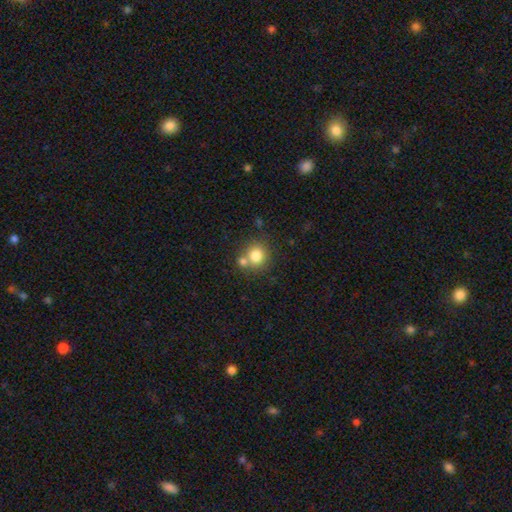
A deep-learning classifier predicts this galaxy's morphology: Smooth or featured? smooth (79%)
How rounded? round (88%)
Merging? none (60%)